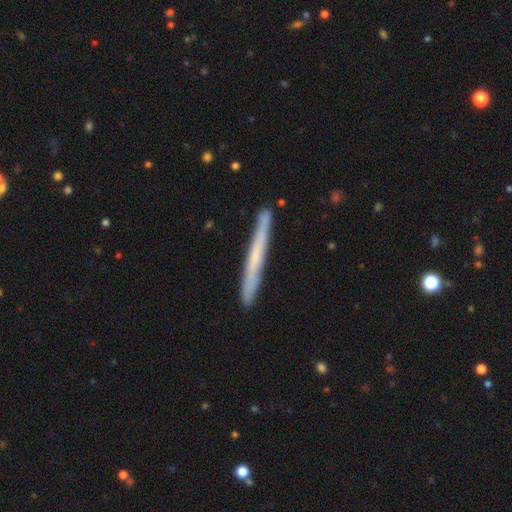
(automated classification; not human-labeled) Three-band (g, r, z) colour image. It shows a smooth galaxy with no disk features (49%). Merging: none (88%).